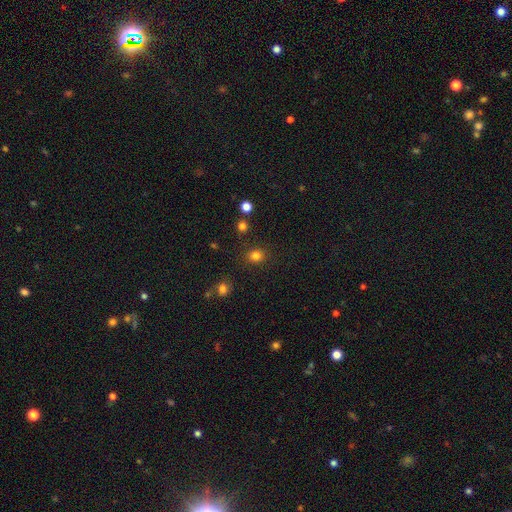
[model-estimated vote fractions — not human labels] Smooth or featured? smooth (81%)
How rounded? round (72%)
Merging? none (85%)